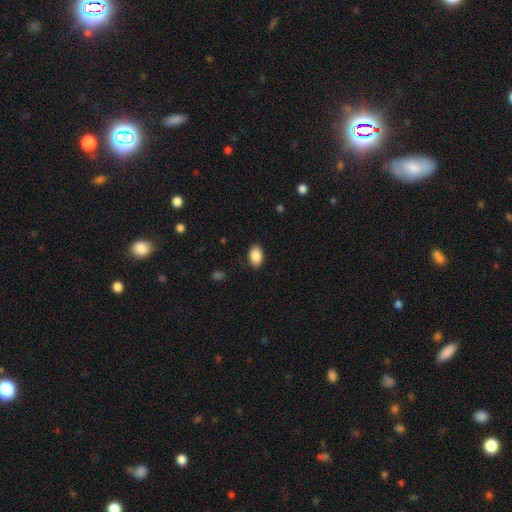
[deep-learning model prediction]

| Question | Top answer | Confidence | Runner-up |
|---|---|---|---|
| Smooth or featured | smooth | 88% | star or artifact (7%) |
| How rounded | in between | 88% | round (10%) |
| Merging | none | 88% | minor disturbance (9%) |